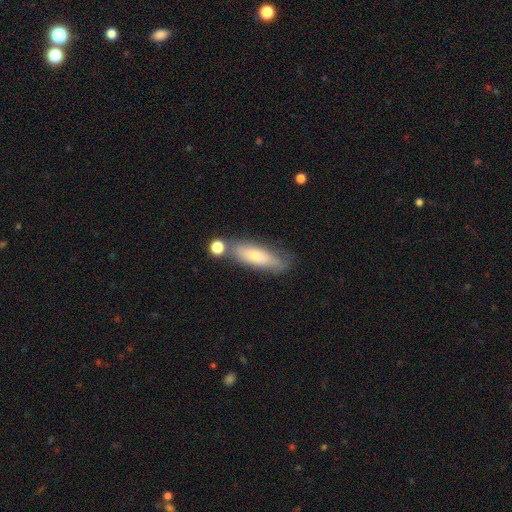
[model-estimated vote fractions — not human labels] Smooth or featured: smooth — 63% (featured or disk — 30%)
How rounded: in between — 49% (cigar-shaped — 48%)
Merging: none — 59% (minor disturbance — 21%)